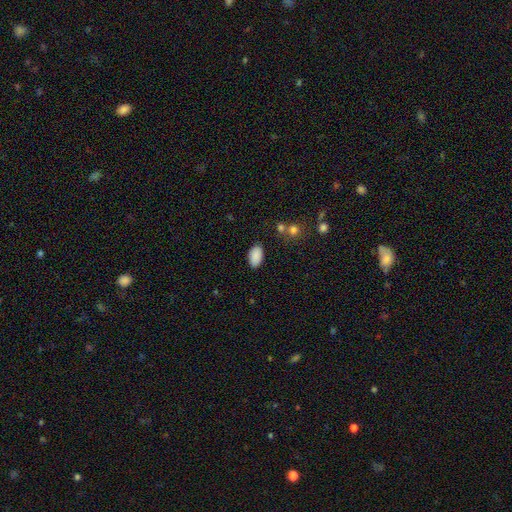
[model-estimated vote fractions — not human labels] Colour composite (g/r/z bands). It shows a smooth galaxy with no disk features (89%) that is in between round and cigar-shaped (94%). Merging: none (86%).